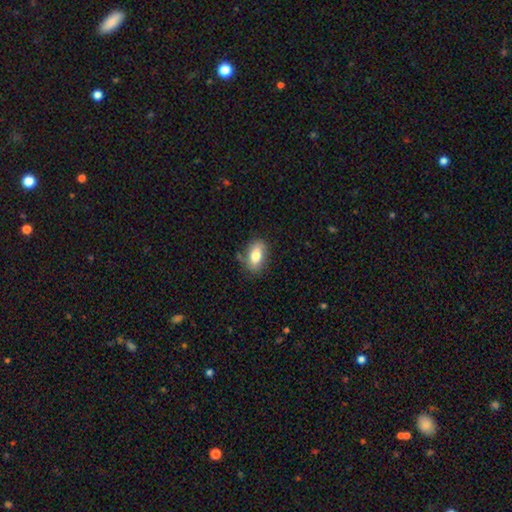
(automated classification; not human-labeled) smooth_or_featured: smooth (p=0.77) [alt: featured or disk p=0.16]
how_rounded: in between (p=0.87) [alt: round p=0.11]
merging: none (p=0.74) [alt: minor disturbance p=0.19]